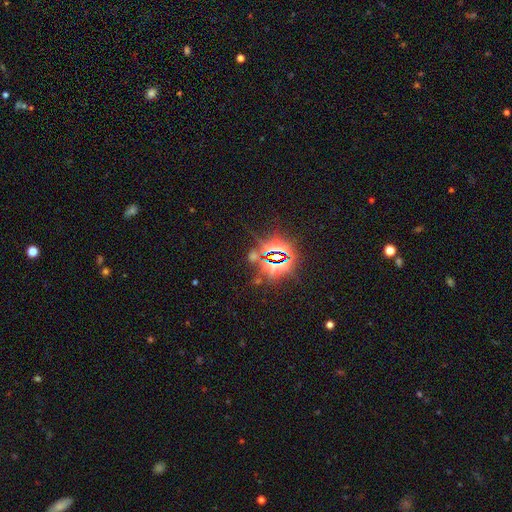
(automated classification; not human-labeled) Q: Smooth or featured?
A: star or artifact (83%); runner-up: smooth (9%)